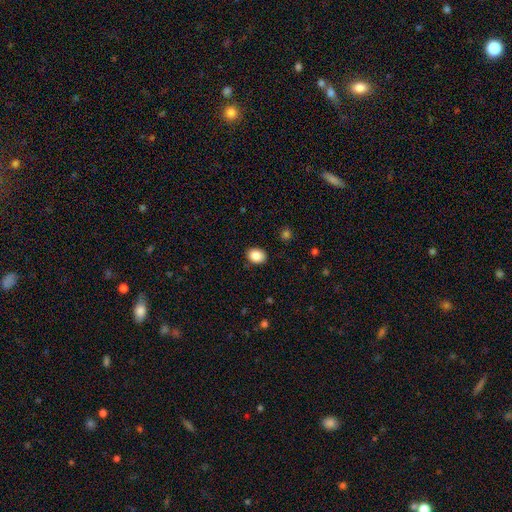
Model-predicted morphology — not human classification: Smooth or featured? smooth (88%)
How rounded? in between (65%)
Merging? none (88%)